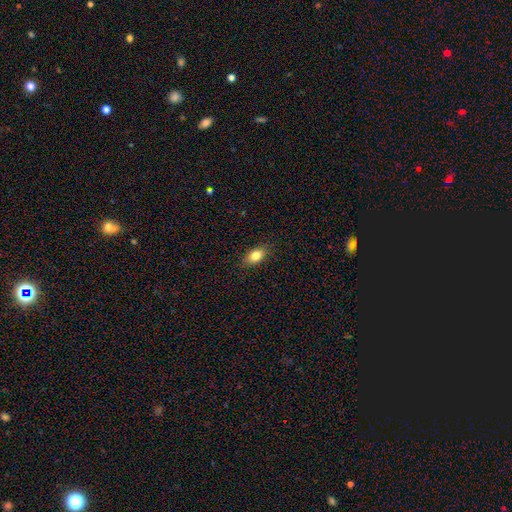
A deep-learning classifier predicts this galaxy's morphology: A smooth galaxy with no disk features (81%) that is in between round and cigar-shaped (84%).

Vote fractions:
- Smooth or featured? smooth: 81% / featured or disk: 10% / star or artifact: 8%
- How rounded? in between: 84% / round: 11% / cigar-shaped: 5%
- Merging? none: 86% / minor disturbance: 11% / major disturbance: 2% / merger: 1%